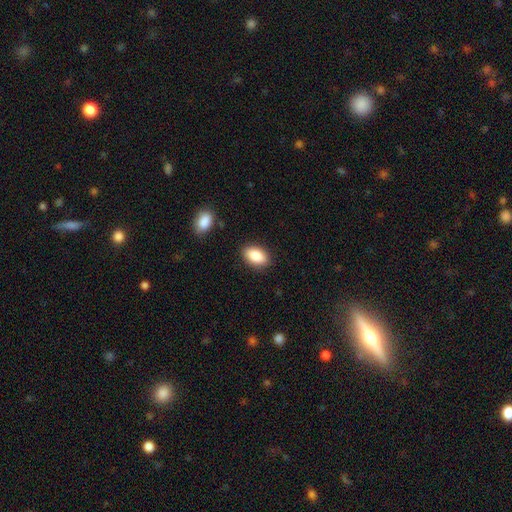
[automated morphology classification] A smooth galaxy with no disk features (86%) that is in between round and cigar-shaped (91%).

Vote fractions:
- Smooth or featured? smooth: 86% / star or artifact: 7% / featured or disk: 7%
- How rounded? in between: 91% / round: 7% / cigar-shaped: 2%
- Merging? none: 87% / minor disturbance: 9% / major disturbance: 2% / merger: 2%